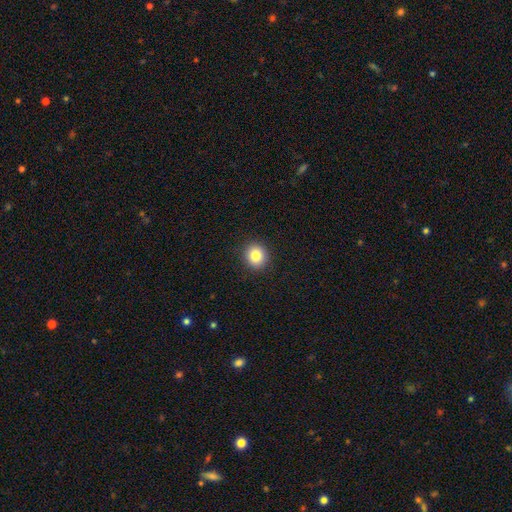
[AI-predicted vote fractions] The model was most divided on "how rounded": round: 83%, in between: 16%, cigar-shaped: 1%. More confident: merging — none (92%); smooth or featured — smooth (83%).